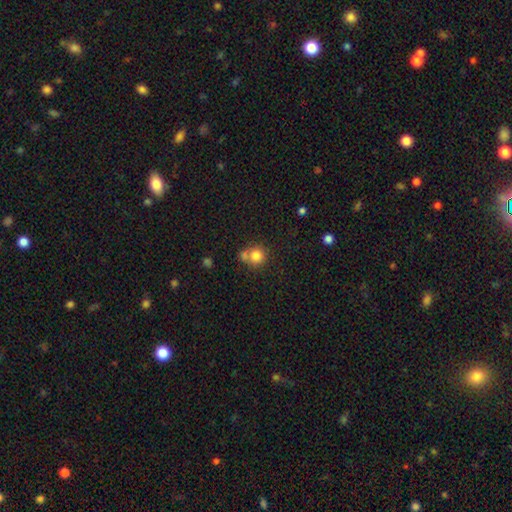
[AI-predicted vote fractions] A smooth galaxy with no disk features (80%) that is round (89%).

Vote fractions:
- Smooth or featured? smooth: 80% / star or artifact: 11% / featured or disk: 9%
- How rounded? round: 89% / in between: 10% / cigar-shaped: 1%
- Merging? none: 54% / merger: 30% / minor disturbance: 11% / major disturbance: 4%